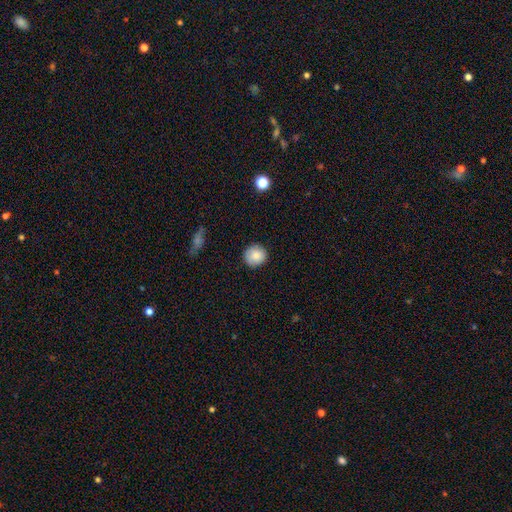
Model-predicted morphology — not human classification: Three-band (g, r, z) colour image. It shows a smooth galaxy with no disk features (85%) that is round (91%). Merging: none (86%).